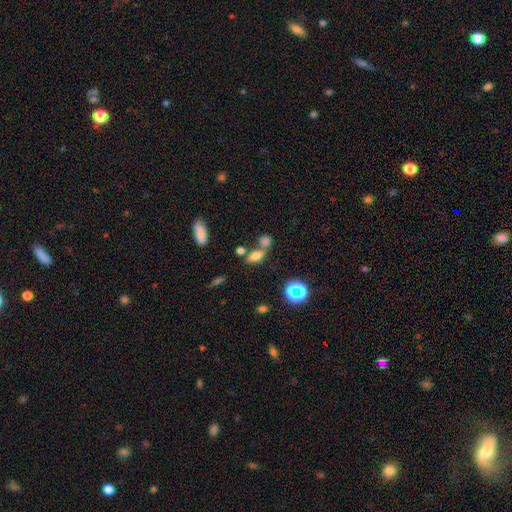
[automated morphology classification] Smooth or featured? smooth (69%)
How rounded? in between (76%)
Merging? merger (44%)